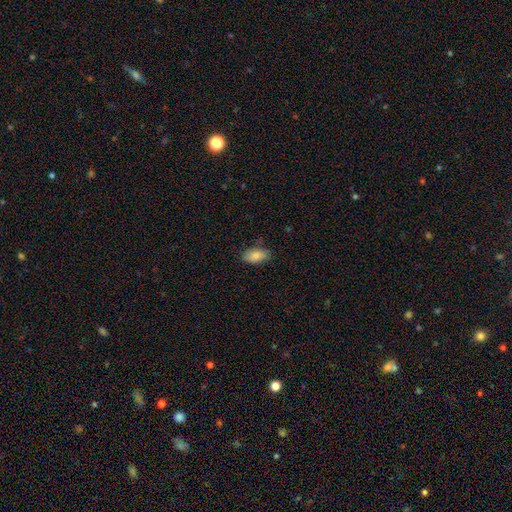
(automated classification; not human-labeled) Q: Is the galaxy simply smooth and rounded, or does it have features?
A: smooth — 84%.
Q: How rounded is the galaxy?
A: in between — 93%.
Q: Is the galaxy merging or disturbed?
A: none — 79%.